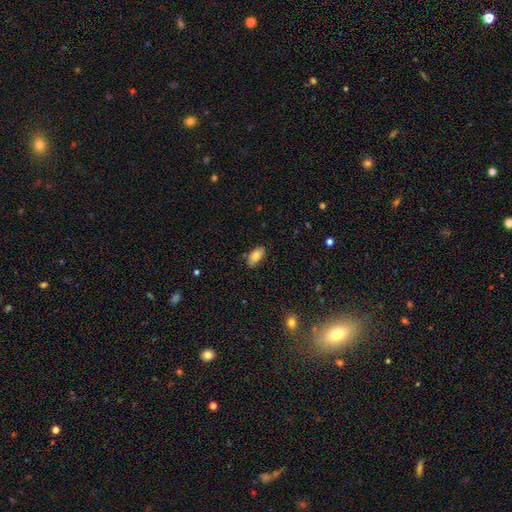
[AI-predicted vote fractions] Overall: smooth (82%). How rounded: in between (93%). Merging: none (83%).